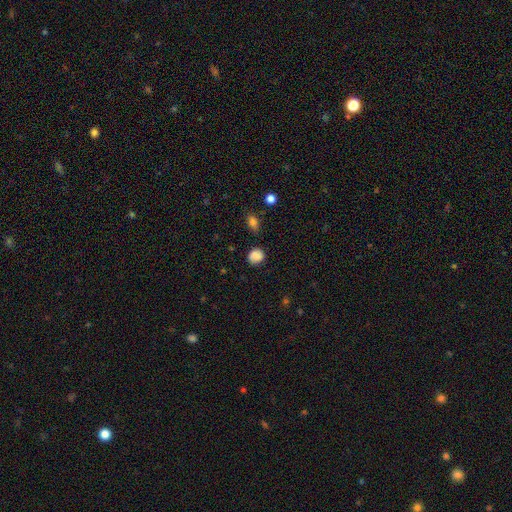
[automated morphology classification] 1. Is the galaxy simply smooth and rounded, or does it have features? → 84% smooth, 10% star or artifact, 6% featured or disk.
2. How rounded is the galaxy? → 77% round, 22% in between, 1% cigar-shaped.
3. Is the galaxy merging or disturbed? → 75% none, 18% minor disturbance, 4% major disturbance, 2% merger.